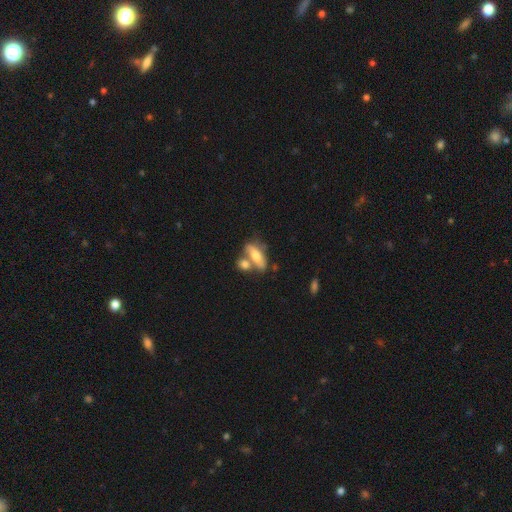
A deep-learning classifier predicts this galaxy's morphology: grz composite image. It shows a smooth galaxy with no disk features (62%) that is in between round and cigar-shaped (69%). Merging: none (41%).